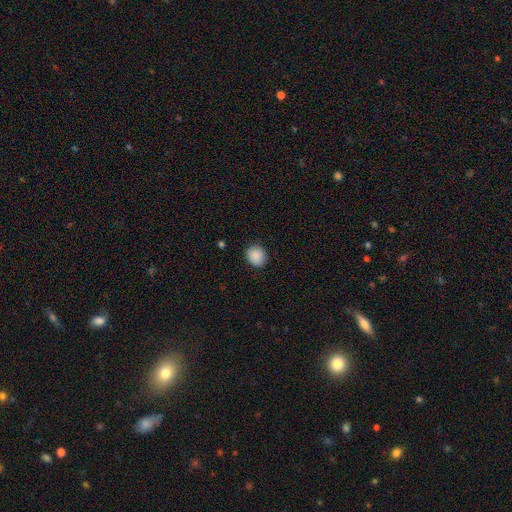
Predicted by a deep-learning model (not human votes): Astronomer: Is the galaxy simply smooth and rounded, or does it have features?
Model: smooth — 89%.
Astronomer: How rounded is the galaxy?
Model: round — 79%.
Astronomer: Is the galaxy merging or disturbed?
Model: none — 88%.